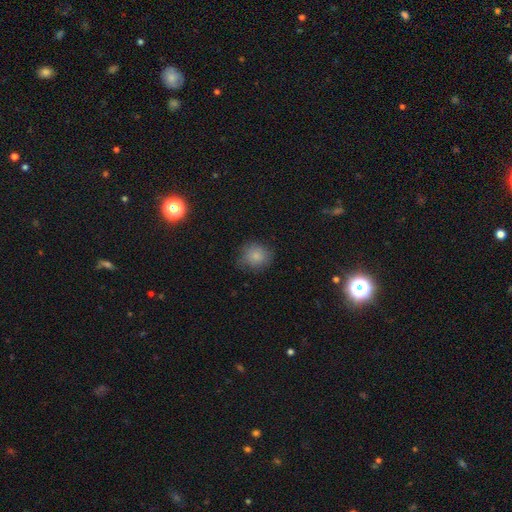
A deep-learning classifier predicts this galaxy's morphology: Smooth or featured: smooth — 82% (star or artifact — 10%)
How rounded: round — 82% (in between — 17%)
Merging: none — 74% (minor disturbance — 19%)